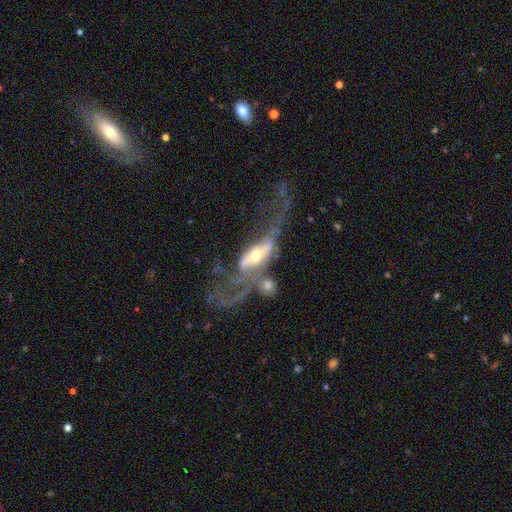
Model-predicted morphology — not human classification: Q: Smooth or featured?
A: featured or disk (73%); runner-up: smooth (19%)
Q: Edge-on disk?
A: no (78%); runner-up: yes (22%)
Q: Bar?
A: no (58%); runner-up: weak (24%)
Q: Spiral arms?
A: yes (62%); runner-up: no (38%)
Q: Bulge size?
A: moderate (63%); runner-up: small (24%)
Q: Merging?
A: major disturbance (40%); runner-up: merger (28%)